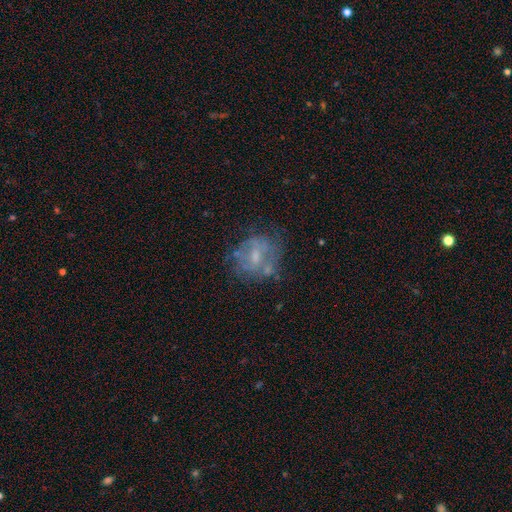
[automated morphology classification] This is possibly a featured or disk galaxy (59%). It is clearly not viewed edge-on (97%). Bar: possibly no (52%). Spiral arm pattern: likely no (62%). Central bulge: marginally small (43%). Merging: possibly none (53%).